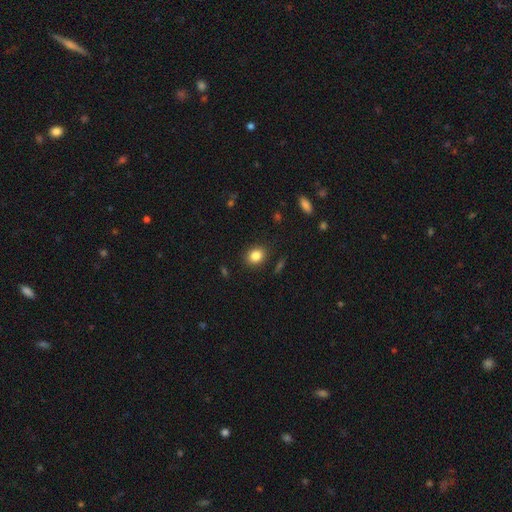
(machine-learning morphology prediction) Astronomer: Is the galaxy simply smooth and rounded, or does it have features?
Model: smooth — 84%.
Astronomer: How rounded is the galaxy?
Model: round — 59% (runner-up: in between, 40%).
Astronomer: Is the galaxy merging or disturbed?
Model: none — 88%.